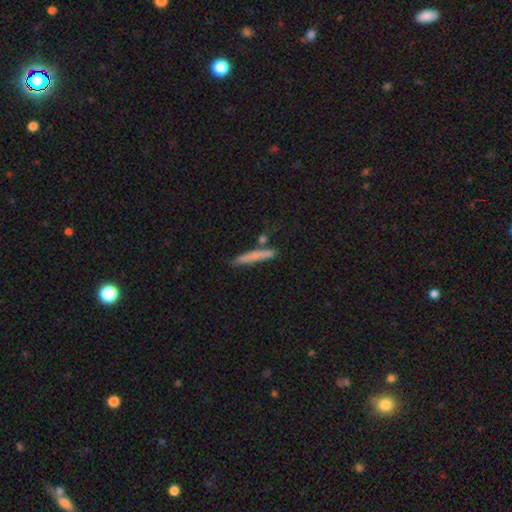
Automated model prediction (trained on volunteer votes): This appears to be a smooth galaxy with no disk features (71%) that is cigar-shaped (94%). Merging: none (74%).